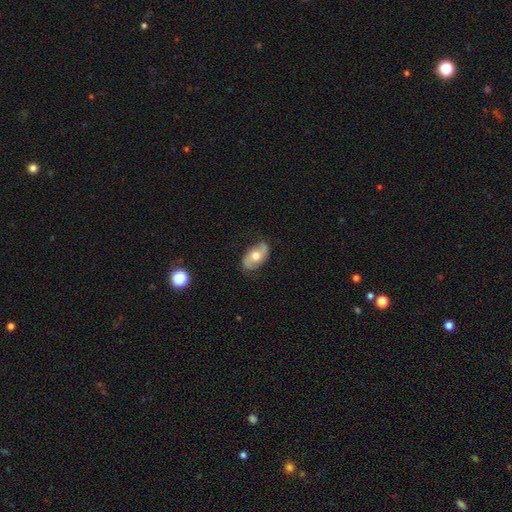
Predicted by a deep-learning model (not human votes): smooth-or-featured: featured or disk: 48% | smooth: 45% | star or artifact: 6%
  merging: none: 77% | minor disturbance: 18% | major disturbance: 4% | merger: 1%